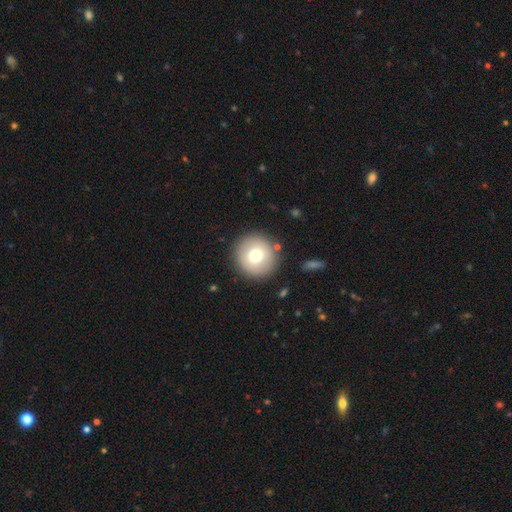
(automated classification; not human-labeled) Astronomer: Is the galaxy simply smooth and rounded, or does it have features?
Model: smooth — 73%.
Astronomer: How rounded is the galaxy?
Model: round — 96%.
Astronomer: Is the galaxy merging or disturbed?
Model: none — 89%.